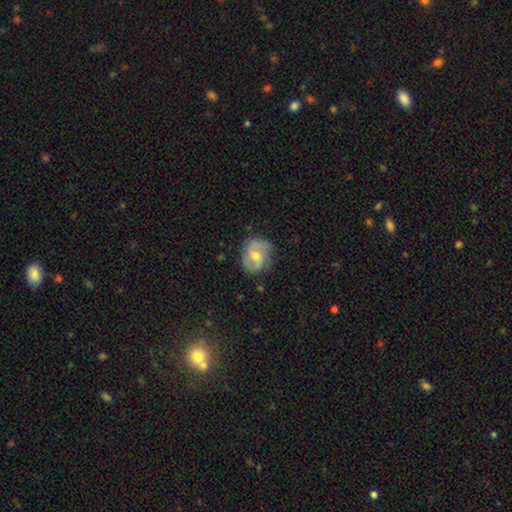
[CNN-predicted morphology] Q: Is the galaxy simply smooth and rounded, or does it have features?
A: featured or disk — 65%.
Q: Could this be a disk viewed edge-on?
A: no — 97%.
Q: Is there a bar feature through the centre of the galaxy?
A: no — 47%.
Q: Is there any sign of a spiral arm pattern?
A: yes — 89%.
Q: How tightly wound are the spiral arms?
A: medium — 45%.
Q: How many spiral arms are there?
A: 2 — 81%.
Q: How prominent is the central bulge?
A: moderate — 66%.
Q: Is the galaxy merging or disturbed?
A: none — 74%.